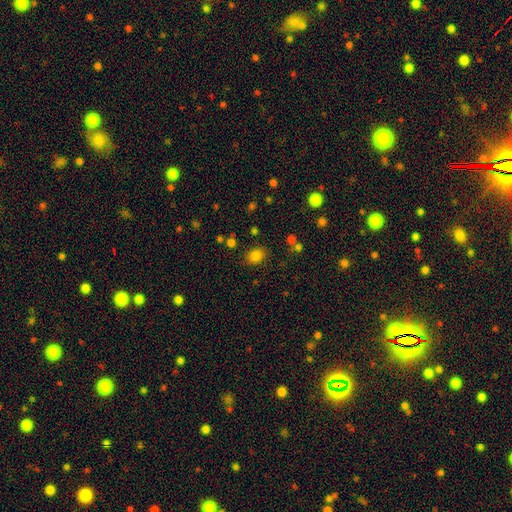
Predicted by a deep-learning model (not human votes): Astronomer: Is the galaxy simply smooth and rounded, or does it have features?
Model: smooth — 82%.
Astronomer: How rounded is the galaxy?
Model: in between — 51% (runner-up: round, 48%).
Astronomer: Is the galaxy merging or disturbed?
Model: none — 83%.